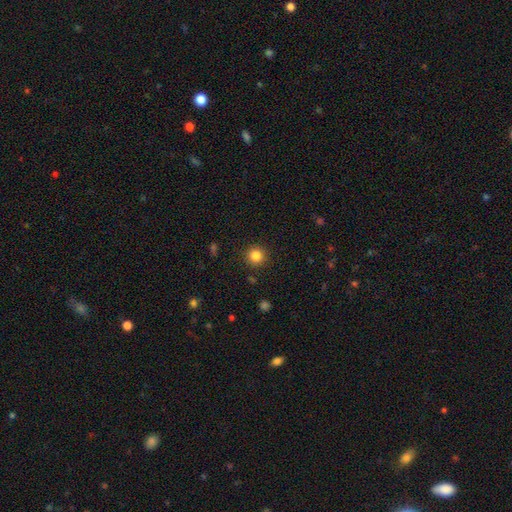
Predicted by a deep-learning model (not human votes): The model was most divided on "smooth or featured": smooth: 84%, star or artifact: 11%, featured or disk: 5%. More confident: how rounded — round (94%); merging — none (90%).